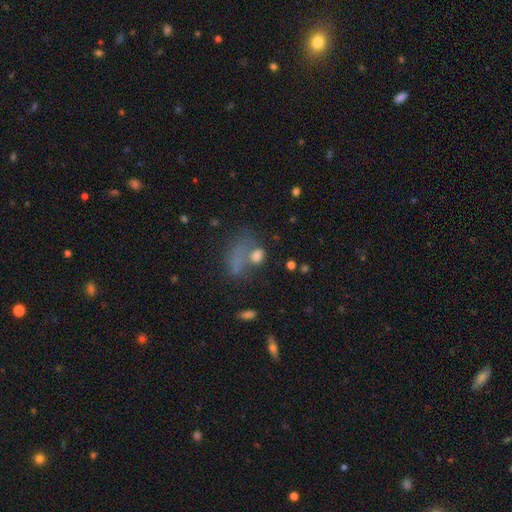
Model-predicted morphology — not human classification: A smooth galaxy with no disk features (64%) that is in between round and cigar-shaped (64%). Merging: none (37%).